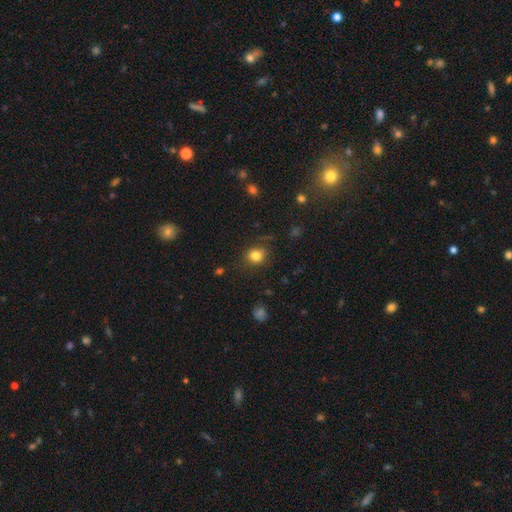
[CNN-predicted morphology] A smooth galaxy with no disk features (82%) that is round (74%).

Vote fractions:
- Smooth or featured? smooth: 82% / star or artifact: 12% / featured or disk: 6%
- How rounded? round: 74% / in between: 25% / cigar-shaped: 1%
- Merging? none: 79% / minor disturbance: 15% / major disturbance: 5% / merger: 2%